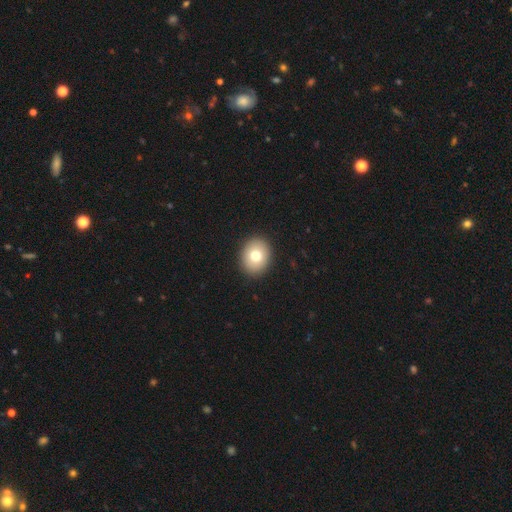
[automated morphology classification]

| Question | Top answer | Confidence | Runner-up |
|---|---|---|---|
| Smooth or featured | smooth | 76% | featured or disk (14%) |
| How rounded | round | 63% | in between (36%) |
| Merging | none | 92% | minor disturbance (6%) |